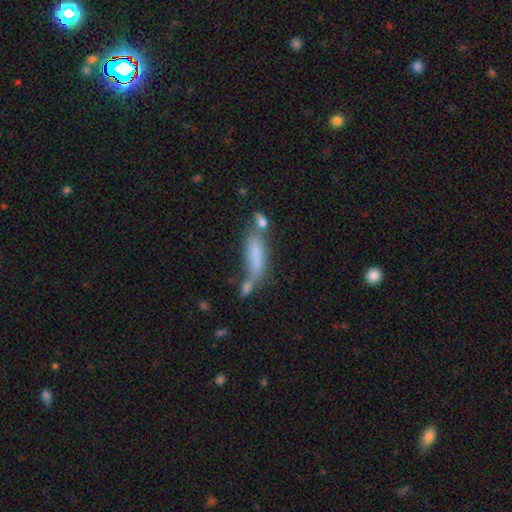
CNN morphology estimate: The model was most divided on "merging": none: 33%, merger: 32%, minor disturbance: 19%, major disturbance: 16%. More confident: smooth or featured — smooth (66%); how rounded — cigar-shaped (63%).